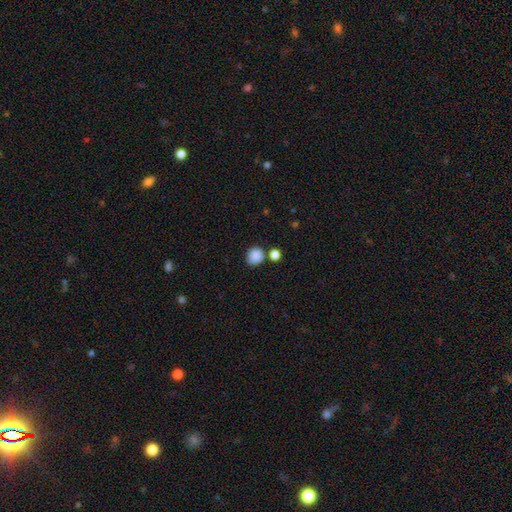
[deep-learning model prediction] The model was most divided on "how rounded": round: 78%, in between: 21%, cigar-shaped: 1%. More confident: smooth or featured — smooth (87%); merging — none (72%).